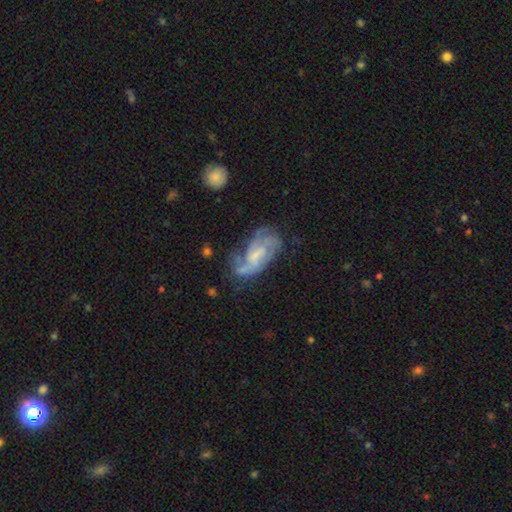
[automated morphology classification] featured or disk 70%, smooth 21%, star or artifact 8%. Down the decision tree: edge-on disk — no (95%); bar — no (44%); spiral arms — yes (81%); spiral arm count — can't tell (34%); spiral winding — medium (43%); bulge size — small (35%); merging — none (46%).